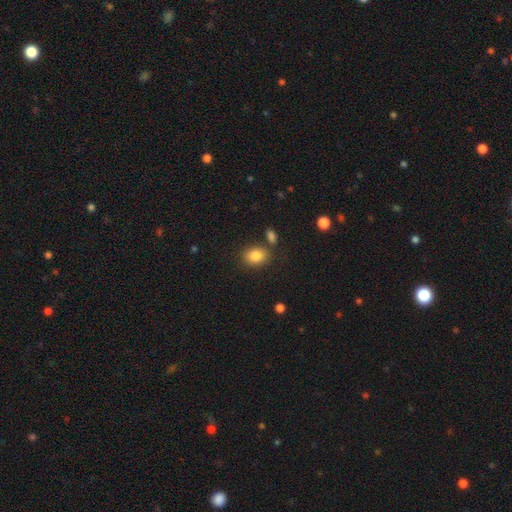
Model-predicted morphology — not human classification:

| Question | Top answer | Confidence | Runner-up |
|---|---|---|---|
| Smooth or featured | smooth | 85% | star or artifact (9%) |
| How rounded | in between | 64% | round (35%) |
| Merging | none | 74% | minor disturbance (12%) |